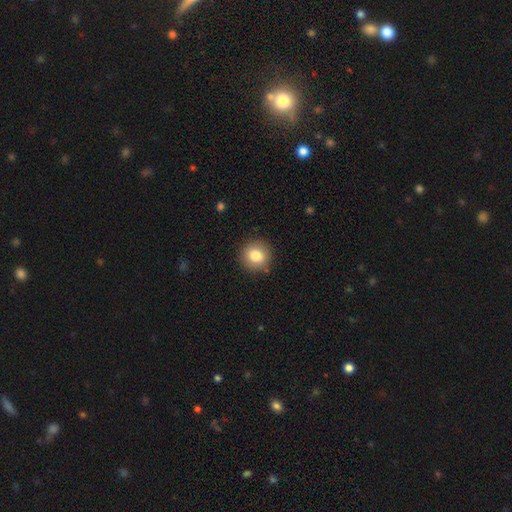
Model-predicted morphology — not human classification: smooth 81%, star or artifact 10%, featured or disk 9%. Down the decision tree: how rounded — round (91%); merging — none (90%).